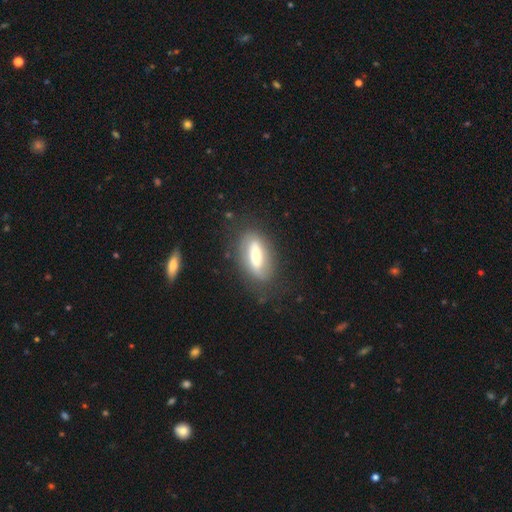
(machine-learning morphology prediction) smooth_or_featured: smooth (p=0.51) [alt: featured or disk p=0.42]
how_rounded: in between (p=0.78) [alt: cigar-shaped p=0.18]
merging: none (p=0.74) [alt: minor disturbance p=0.16]